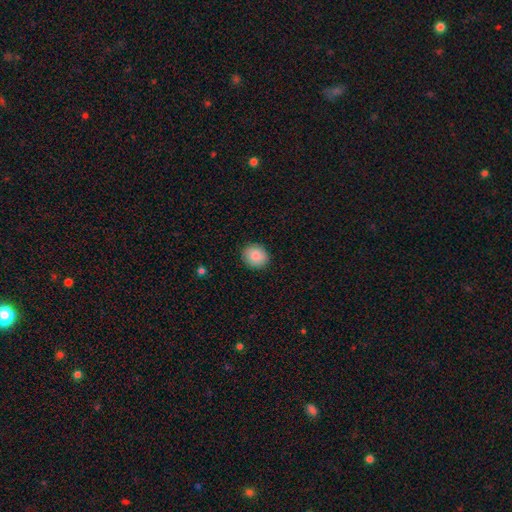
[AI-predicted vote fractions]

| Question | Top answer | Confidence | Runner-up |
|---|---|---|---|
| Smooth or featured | smooth | 88% | star or artifact (7%) |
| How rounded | round | 73% | in between (26%) |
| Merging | none | 90% | minor disturbance (7%) |